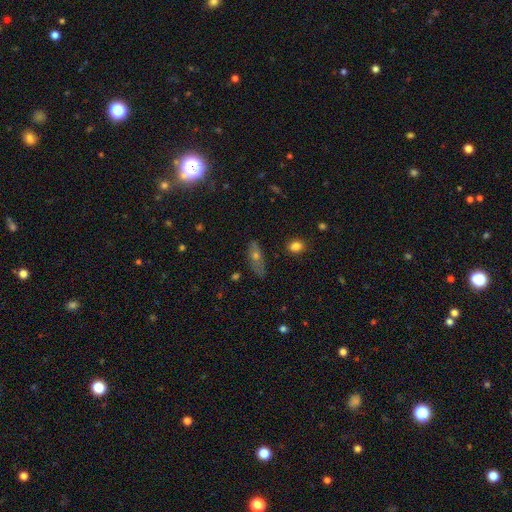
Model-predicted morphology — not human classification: Smooth or featured?
  - smooth: 45% *
  - featured or disk: 36%
  - star or artifact: 19%
Merging?
  - none: 71% *
  - minor disturbance: 20%
  - major disturbance: 7%
  - merger: 2%